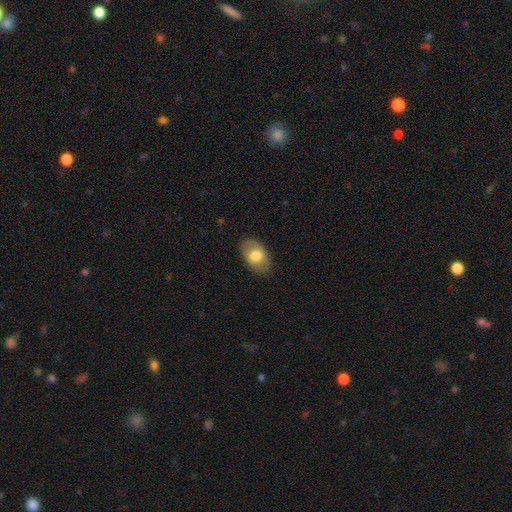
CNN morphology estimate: The model was most divided on "smooth or featured": smooth: 68%, featured or disk: 25%, star or artifact: 6%. More confident: how rounded — in between (90%); merging — none (85%).